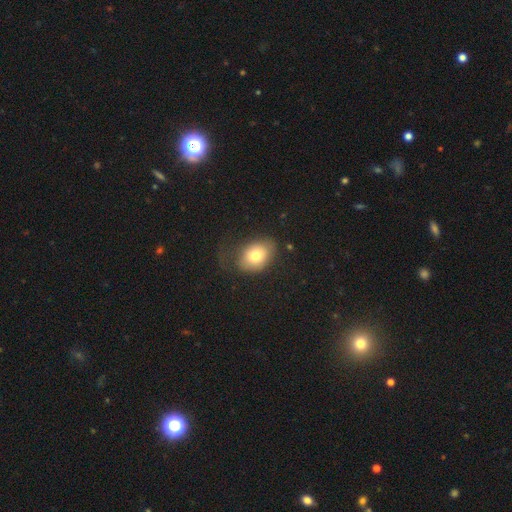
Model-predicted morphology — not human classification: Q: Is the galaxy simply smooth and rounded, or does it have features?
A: smooth — 75%.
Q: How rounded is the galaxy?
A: in between — 71%.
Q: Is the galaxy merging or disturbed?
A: none — 58%.